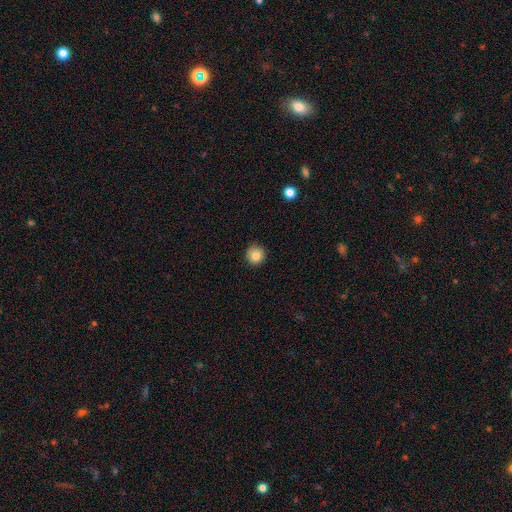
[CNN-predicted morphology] Smooth or featured? smooth (83%)
How rounded? round (94%)
Merging? none (89%)